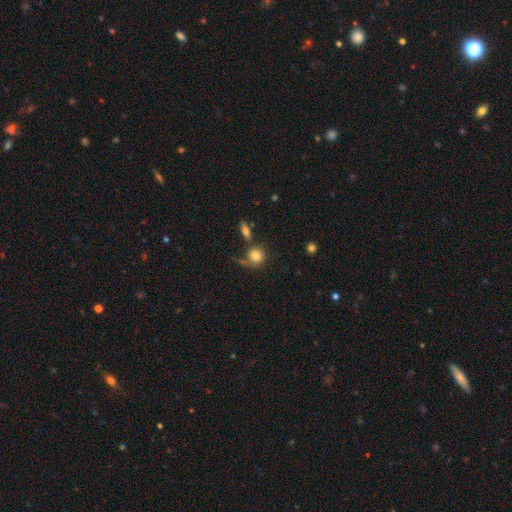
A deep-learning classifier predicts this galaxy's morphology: Smooth or featured: smooth — 80% (featured or disk — 11%)
How rounded: round — 85% (in between — 13%)
Merging: none — 56% (merger — 19%)